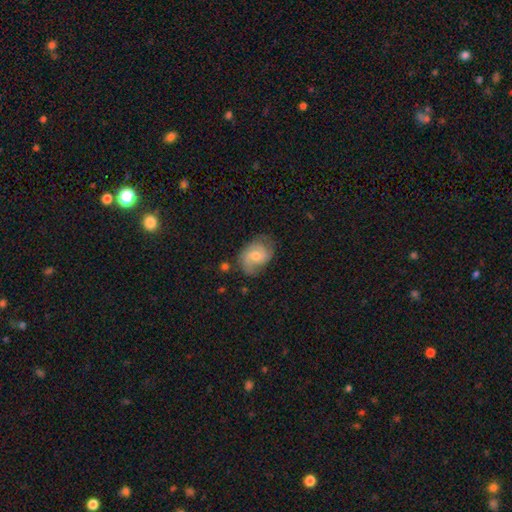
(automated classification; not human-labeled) The model was most divided on "bulge size": moderate: 53%, small: 40%, large: 3%, none: 3%, dominant: 1%. More confident: edge-on disk — no (97%); spiral arms — yes (86%); merging — none (62%); smooth or featured — featured or disk (56%); bar — no (54%).